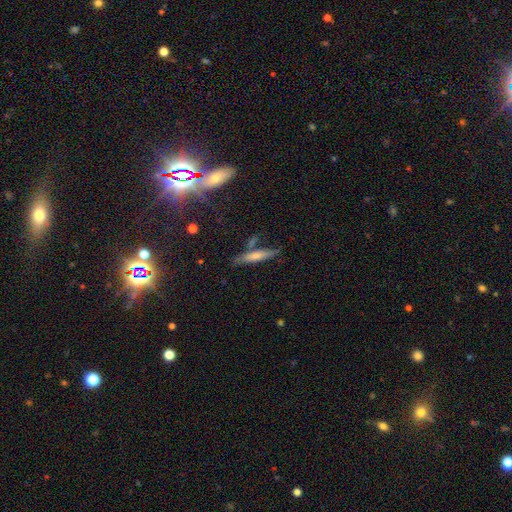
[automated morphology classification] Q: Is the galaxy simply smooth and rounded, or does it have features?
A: smooth — 61%.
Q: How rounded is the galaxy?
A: cigar-shaped — 86%.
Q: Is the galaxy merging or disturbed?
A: none — 66%.